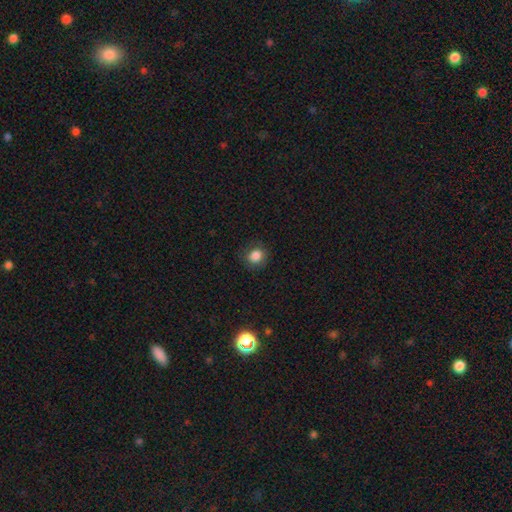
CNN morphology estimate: Smooth or featured? Predicted: smooth (p=0.84). How rounded? Predicted: round (p=0.75). Merging? Predicted: none (p=0.82).